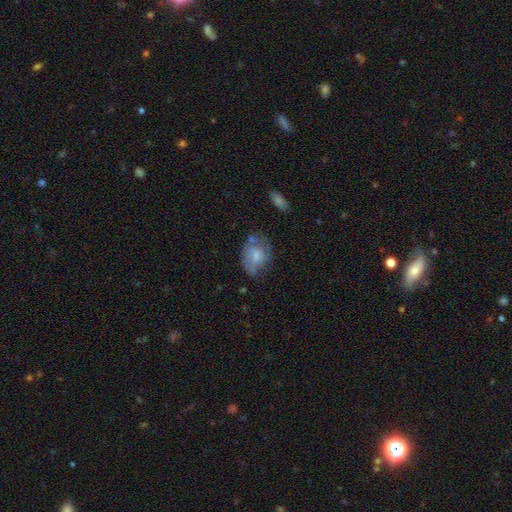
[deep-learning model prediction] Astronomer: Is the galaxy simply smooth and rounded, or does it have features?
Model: smooth — 60%.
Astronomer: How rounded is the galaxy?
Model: in between — 73%.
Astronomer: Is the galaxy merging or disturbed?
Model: none — 45% (runner-up: minor disturbance, 31%).